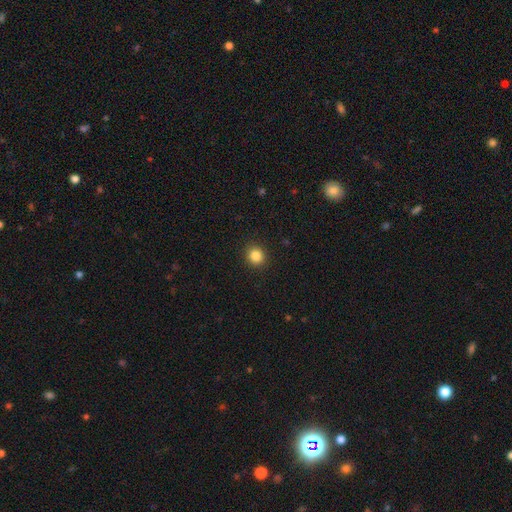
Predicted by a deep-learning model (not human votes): This appears to be a smooth galaxy with no disk features (85%) that is round (86%). Merging: none (91%).